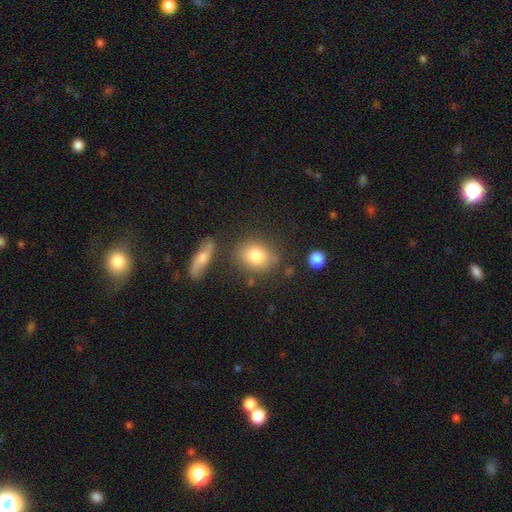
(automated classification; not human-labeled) Morphology: type=smooth (81%); roundness=round (55%); merging=none (76%).